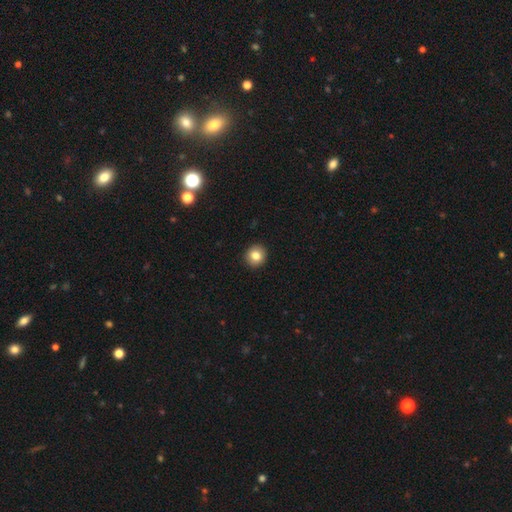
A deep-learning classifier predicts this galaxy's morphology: Smooth or featured? smooth (82%)
How rounded? round (92%)
Merging? none (93%)